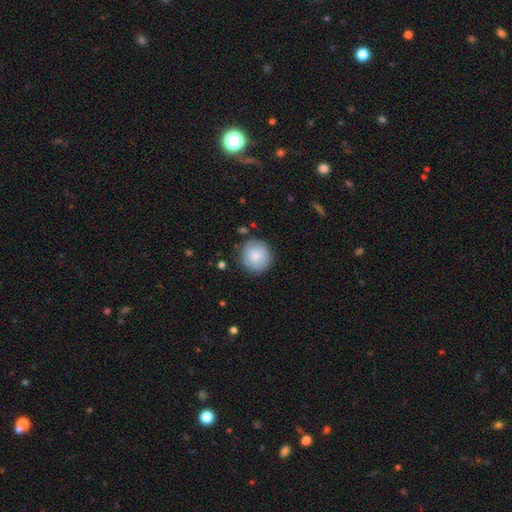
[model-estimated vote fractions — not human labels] The model was most divided on "smooth or featured": smooth: 82%, featured or disk: 12%, star or artifact: 7%. More confident: how rounded — round (92%); merging — none (83%).